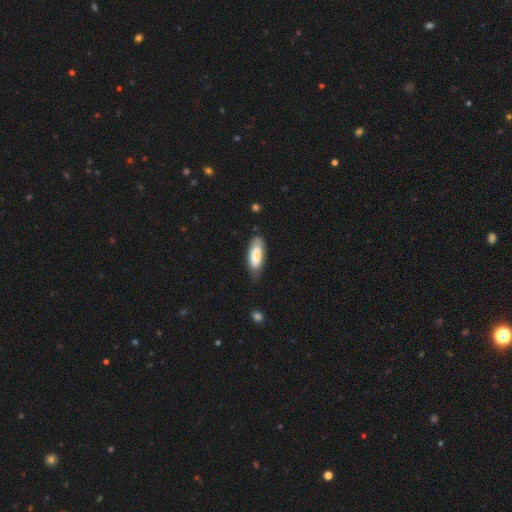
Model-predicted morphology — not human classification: type=smooth (77%); roundness=in between (72%); merging=none (63%).